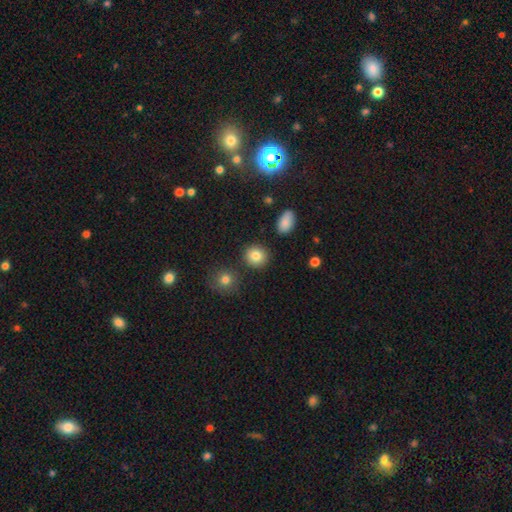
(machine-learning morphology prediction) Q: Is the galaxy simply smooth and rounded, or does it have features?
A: smooth — 84%.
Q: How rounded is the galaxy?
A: round — 87%.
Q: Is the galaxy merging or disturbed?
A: none — 88%.